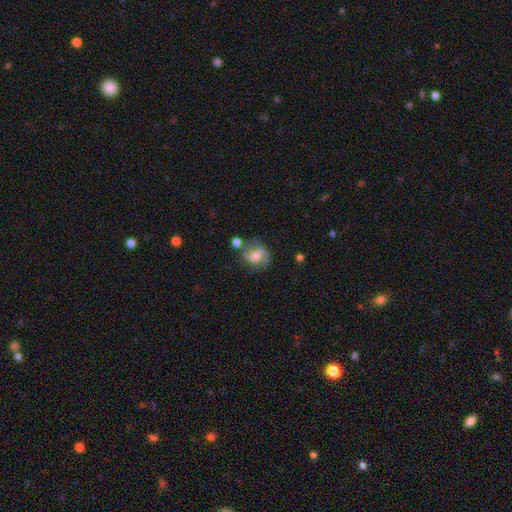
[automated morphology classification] Overall: featured or disk (53%; smooth 38%). Edge-on disk: no (97%). Bar: weak (46%; no 33%). Spiral arms: yes (82%). Bulge size: moderate (51%; small 27%). Merging: none (59%; minor disturbance 21%).